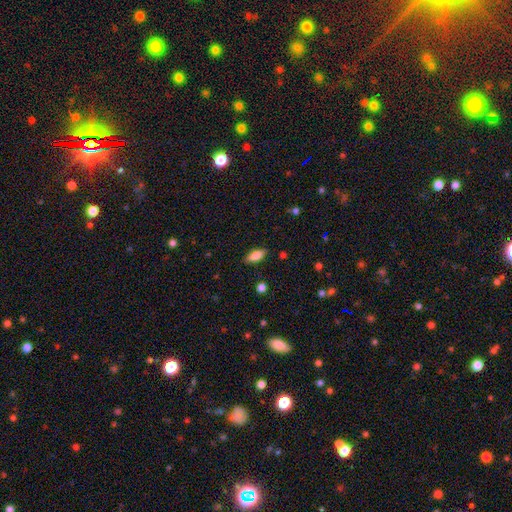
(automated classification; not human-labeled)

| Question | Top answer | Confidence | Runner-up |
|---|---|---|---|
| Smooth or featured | smooth | 80% | featured or disk (13%) |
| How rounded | in between | 79% | cigar-shaped (19%) |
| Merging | none | 86% | minor disturbance (11%) |